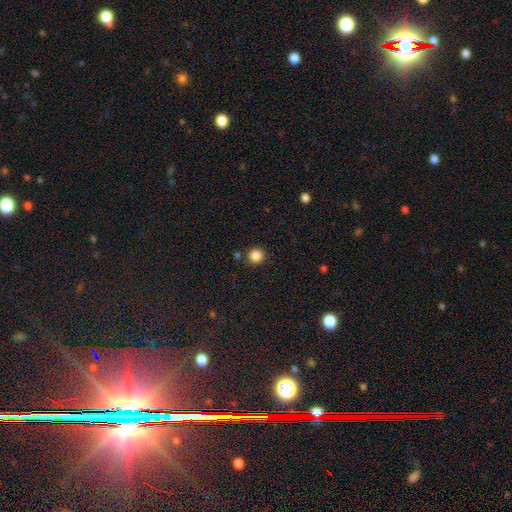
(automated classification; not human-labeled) Smooth or featured? Predicted: smooth (p=0.85). How rounded? Predicted: round (p=0.93). Merging? Predicted: none (p=0.87).